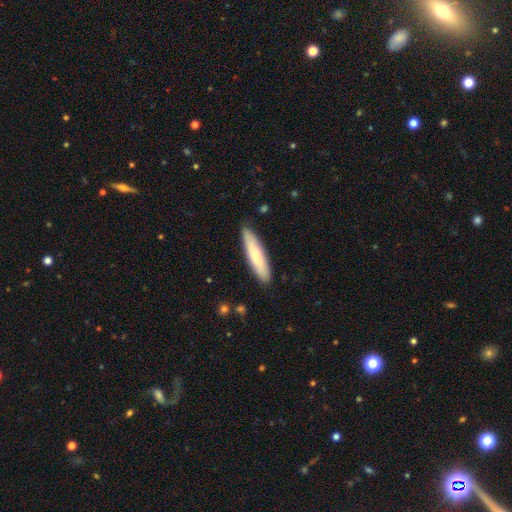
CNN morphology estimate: A smooth galaxy with no disk features (70%) that is cigar-shaped (81%). Merging: none (89%).